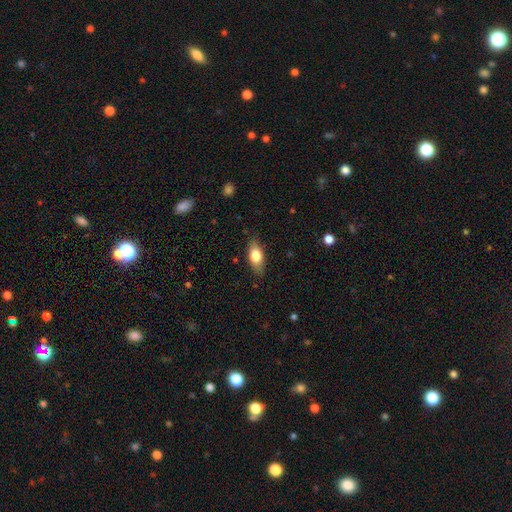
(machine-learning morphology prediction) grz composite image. It shows a smooth galaxy with no disk features (75%) that is in between round and cigar-shaped (84%). Merging: none (83%).